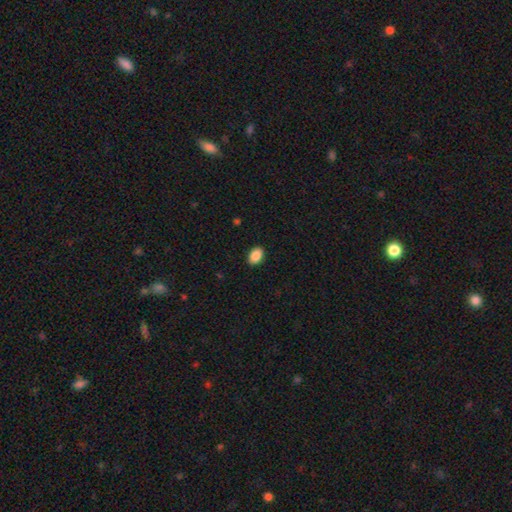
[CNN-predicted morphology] A smooth galaxy with no disk features (89%) that is in between round and cigar-shaped (85%). Merging: none (90%).